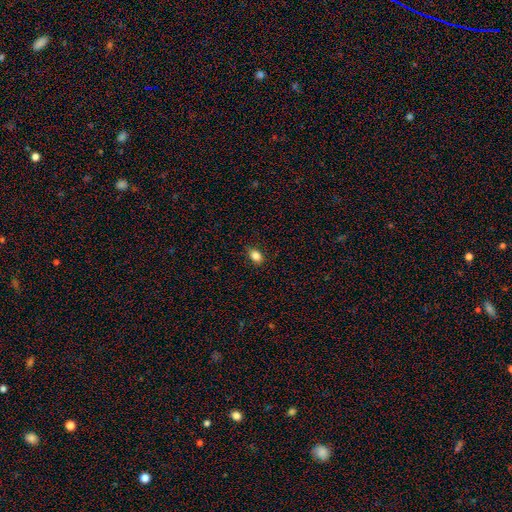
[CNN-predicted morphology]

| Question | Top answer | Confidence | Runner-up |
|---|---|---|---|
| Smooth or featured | smooth | 85% | star or artifact (10%) |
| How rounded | in between | 77% | round (21%) |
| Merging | none | 87% | minor disturbance (10%) |